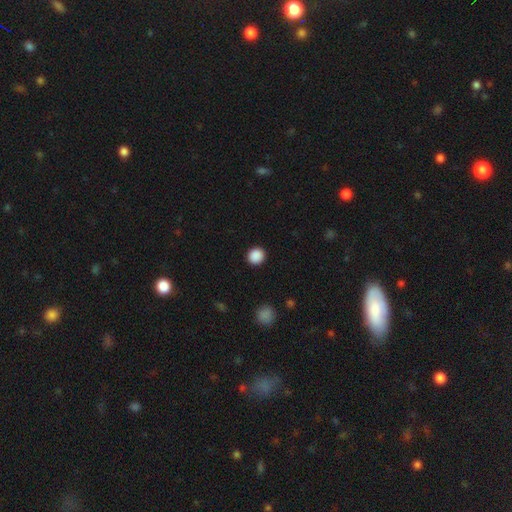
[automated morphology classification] A smooth galaxy with no disk features (89%) that is round (88%). Merging: none (92%).